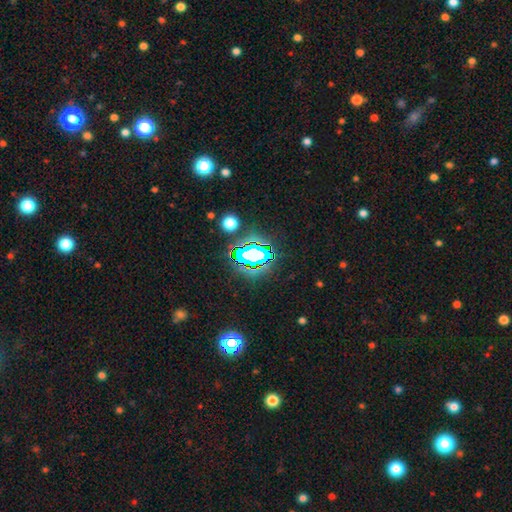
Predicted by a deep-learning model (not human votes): A star or artifact, not a galaxy (67%).

Vote fractions:
- Smooth or featured? star or artifact: 67% / smooth: 20% / featured or disk: 13%